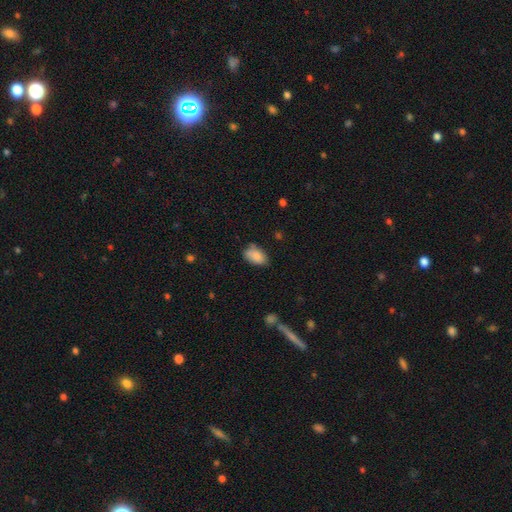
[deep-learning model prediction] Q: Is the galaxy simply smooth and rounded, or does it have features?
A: smooth — 83%.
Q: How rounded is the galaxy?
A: in between — 91%.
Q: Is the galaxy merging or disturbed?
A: none — 65%.